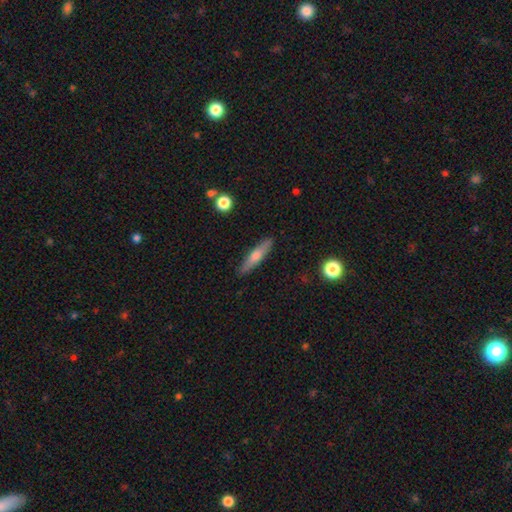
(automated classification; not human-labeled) Overall: smooth (53%; featured or disk 41%). How rounded: cigar-shaped (83%). Merging: none (89%).